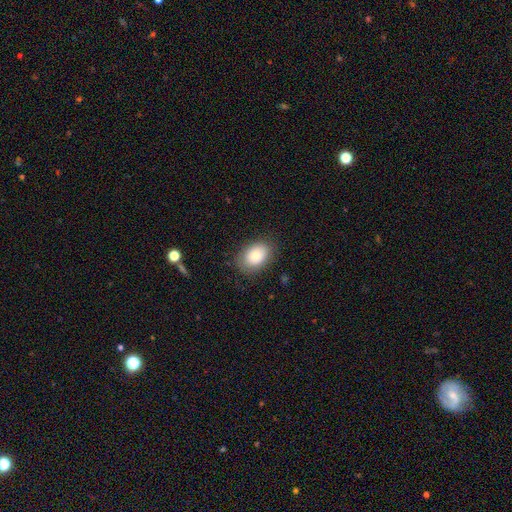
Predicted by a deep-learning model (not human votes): smooth-or-featured: smooth: 82% | featured or disk: 10% | star or artifact: 8%
  how-rounded: in between: 77% | round: 22% | cigar-shaped: 1%
  merging: none: 81% | minor disturbance: 14% | major disturbance: 4% | merger: 1%